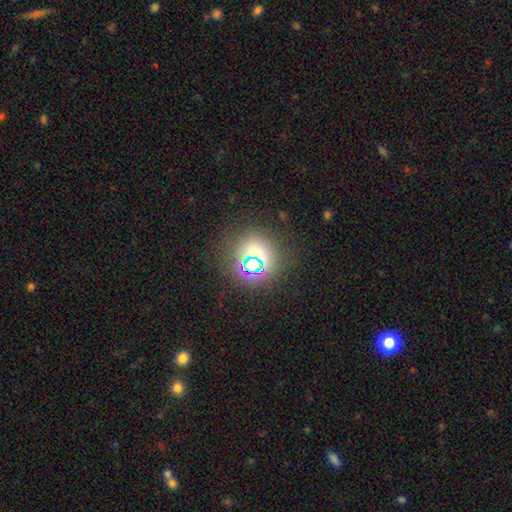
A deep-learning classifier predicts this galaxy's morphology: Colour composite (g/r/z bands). It shows a star or artifact, not a galaxy (65%).